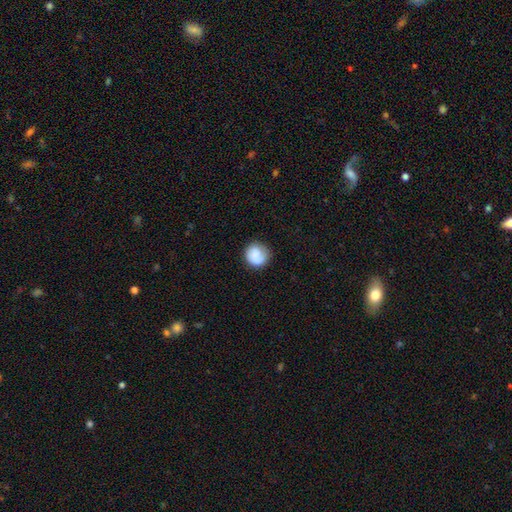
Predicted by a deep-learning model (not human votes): Morphology: type=smooth (83%); roundness=round (88%); merging=none (76%).